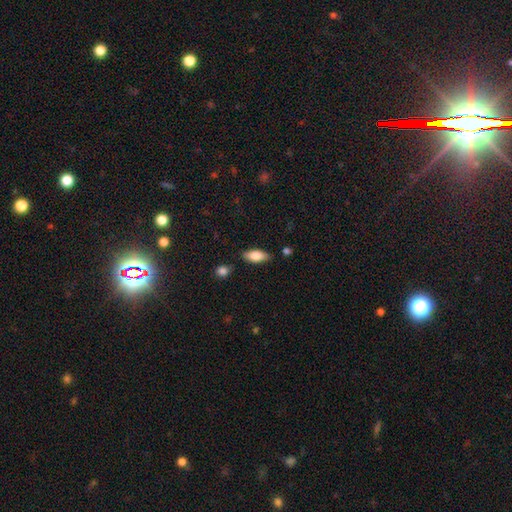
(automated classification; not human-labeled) This is likely a smooth galaxy (79%). How rounded: clearly in between (83%). Merging: clearly none (81%).